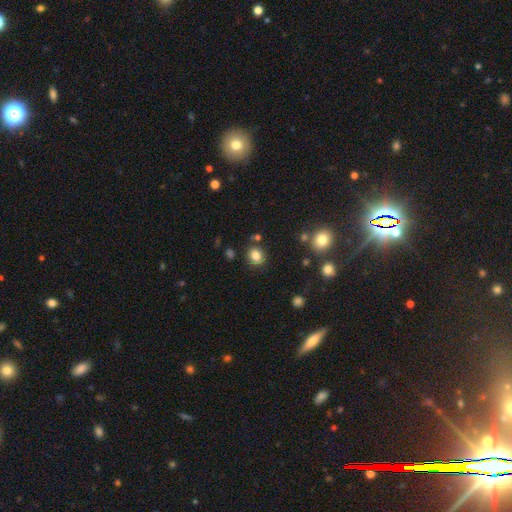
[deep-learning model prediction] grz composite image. It shows a smooth galaxy with no disk features (83%) that is round (61%). Merging: none (84%).